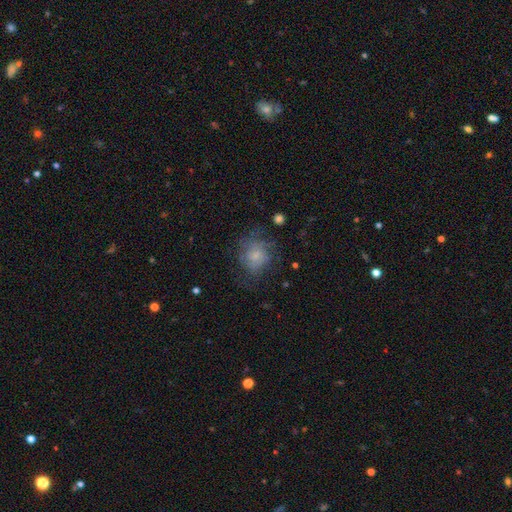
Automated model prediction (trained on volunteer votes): The model was most divided on "smooth or featured": smooth: 57%, featured or disk: 32%, star or artifact: 11%. More confident: how rounded — round (69%); merging — none (53%).